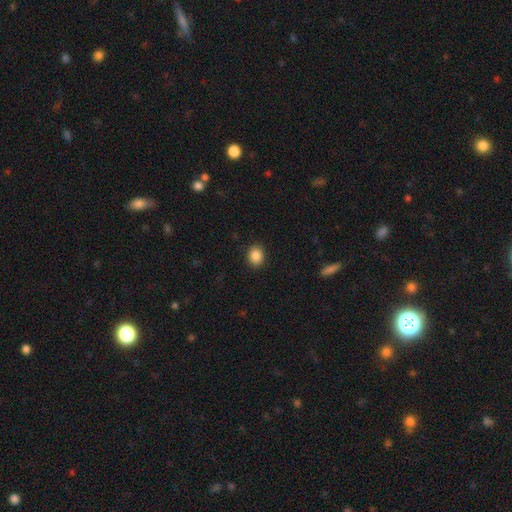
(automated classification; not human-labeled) This appears to be a smooth galaxy with no disk features (87%) that is round (58%). Merging: none (90%).